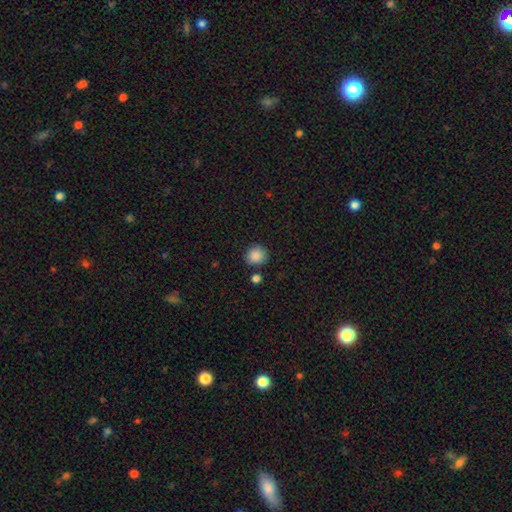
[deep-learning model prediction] Smooth or featured: smooth — 88% (star or artifact — 9%)
How rounded: round — 87% (in between — 12%)
Merging: none — 84% (minor disturbance — 8%)